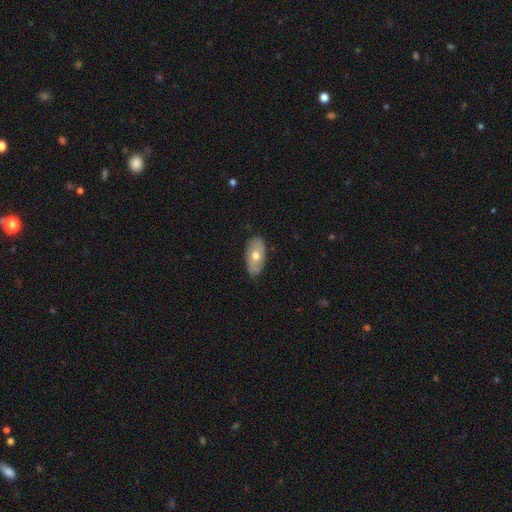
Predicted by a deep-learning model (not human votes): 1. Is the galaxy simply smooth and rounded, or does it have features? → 57% smooth, 37% featured or disk, 6% star or artifact.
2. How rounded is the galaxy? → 92% in between, 5% round, 3% cigar-shaped.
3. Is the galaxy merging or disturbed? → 78% none, 18% minor disturbance, 3% major disturbance, 1% merger.